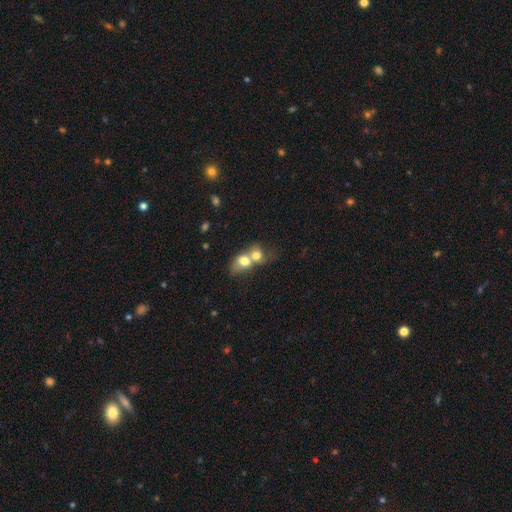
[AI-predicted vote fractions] smooth-or-featured: smooth: 70% | featured or disk: 21% | star or artifact: 9%
  how-rounded: round: 50% | in between: 48% | cigar-shaped: 2%
  merging: merger: 80% | none: 11% | major disturbance: 4% | minor disturbance: 4%